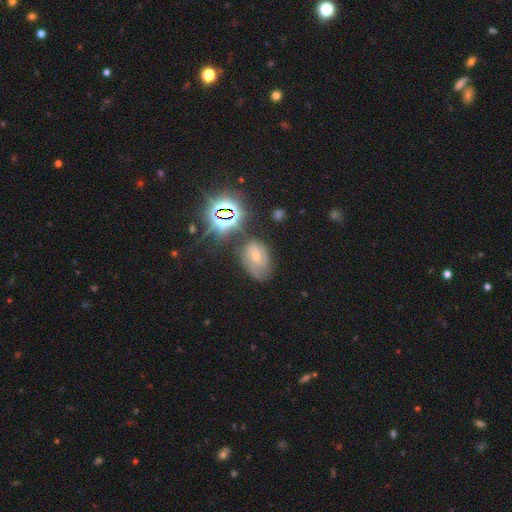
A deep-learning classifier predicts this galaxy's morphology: star or artifact 40%, featured or disk 39%, smooth 20%.